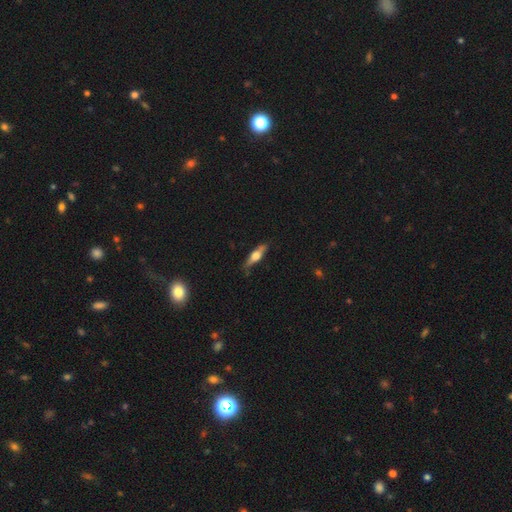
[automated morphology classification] smooth_or_featured: featured or disk (p=0.58) [alt: smooth p=0.36]
disk_edge_on: yes (p=0.94) [alt: no p=0.06]
edge_on_bulge: rounded (p=0.91) [alt: boxy p=0.07]
merging: none (p=0.80) [alt: minor disturbance p=0.15]